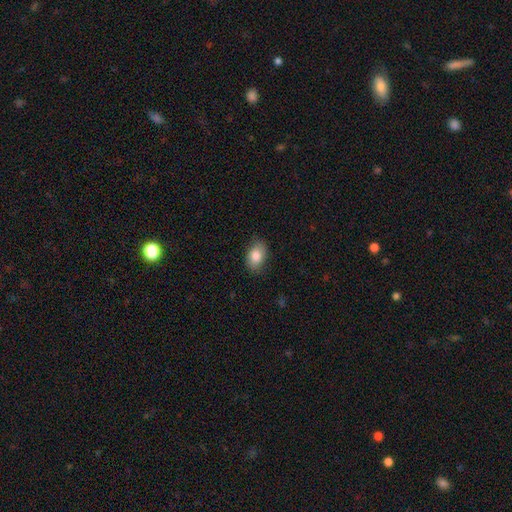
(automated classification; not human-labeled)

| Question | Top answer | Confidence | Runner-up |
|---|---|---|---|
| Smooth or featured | smooth | 83% | featured or disk (10%) |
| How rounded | in between | 86% | round (13%) |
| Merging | none | 83% | minor disturbance (13%) |